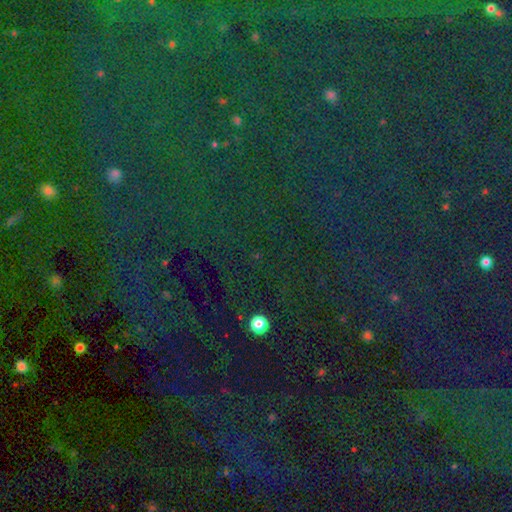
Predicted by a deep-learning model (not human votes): A star or artifact, not a galaxy (82%).